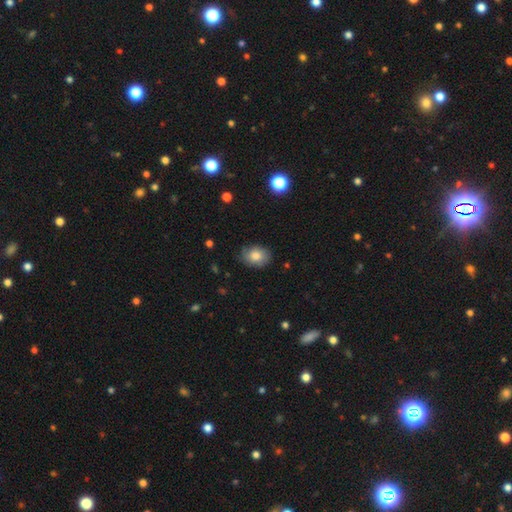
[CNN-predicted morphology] This appears to be a smooth galaxy with no disk features (74%) that is in between round and cigar-shaped (64%). Merging: none (75%).